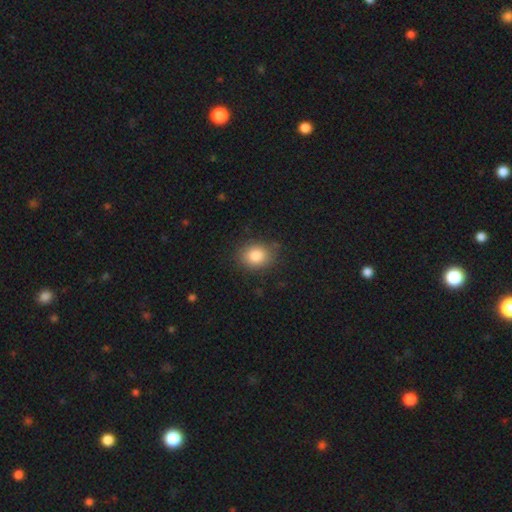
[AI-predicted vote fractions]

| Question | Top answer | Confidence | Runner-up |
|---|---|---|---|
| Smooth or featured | smooth | 84% | star or artifact (9%) |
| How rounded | round | 55% | in between (44%) |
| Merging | none | 82% | minor disturbance (13%) |